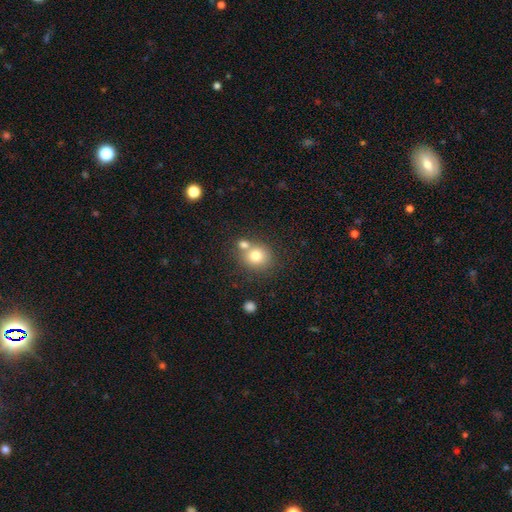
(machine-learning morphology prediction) smooth-or-featured: smooth: 77% | featured or disk: 12% | star or artifact: 11%
  how-rounded: round: 82% | in between: 17% | cigar-shaped: 1%
  merging: none: 55% | merger: 33% | minor disturbance: 9% | major disturbance: 3%